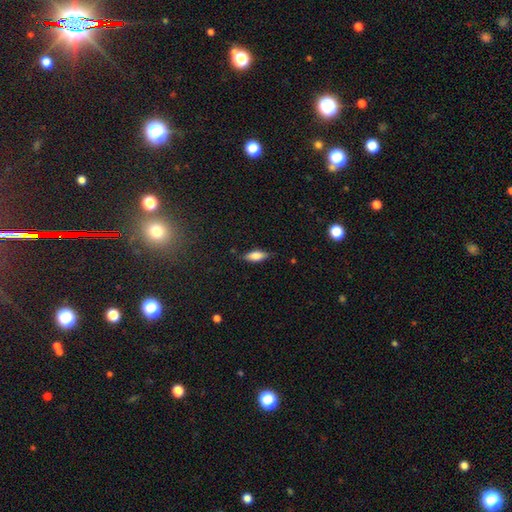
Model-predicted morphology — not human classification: Smooth or featured? smooth (73%)
How rounded? in between (69%)
Merging? none (79%)